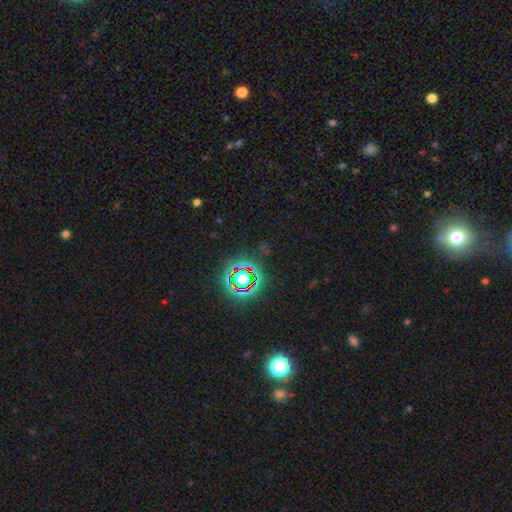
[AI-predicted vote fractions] Smooth or featured? Predicted: star or artifact (p=0.79).